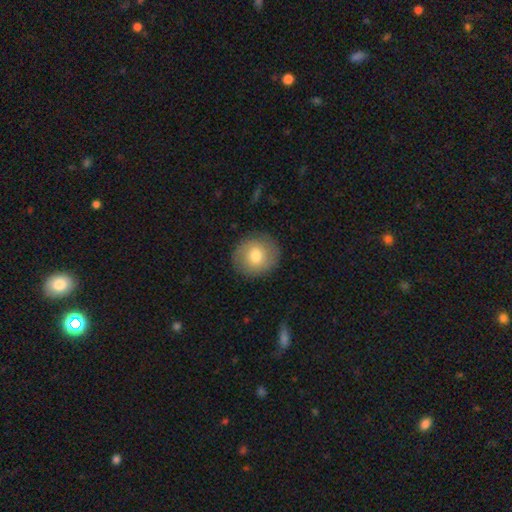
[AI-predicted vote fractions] smooth-or-featured: smooth: 73% | featured or disk: 19% | star or artifact: 8%
  how-rounded: round: 88% | in between: 11% | cigar-shaped: 1%
  merging: none: 88% | minor disturbance: 9% | major disturbance: 3% | merger: 1%